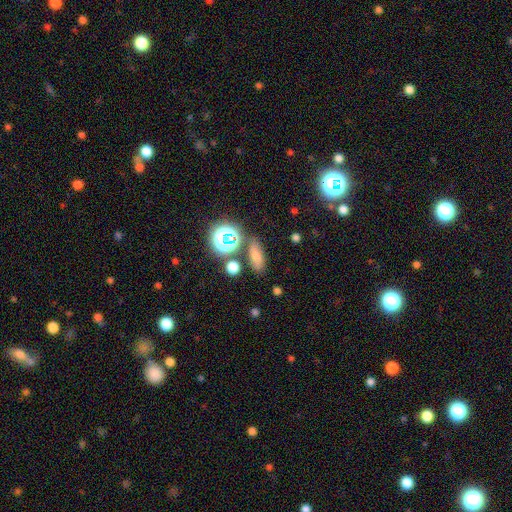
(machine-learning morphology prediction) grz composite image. It shows a smooth galaxy with no disk features (64%) that is in between round and cigar-shaped (63%). Merging: none (74%).